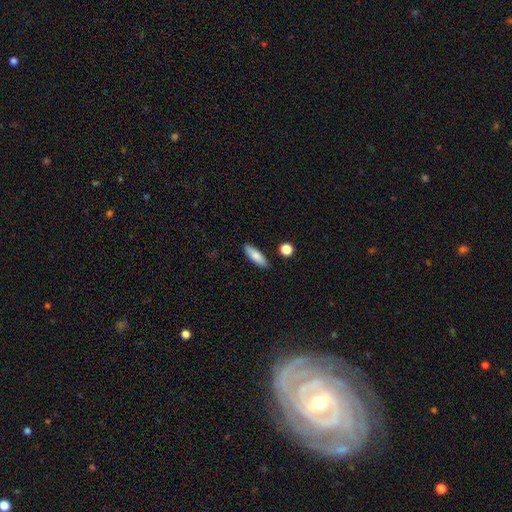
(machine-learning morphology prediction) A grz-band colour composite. It shows a smooth galaxy with no disk features (81%) that is in between round and cigar-shaped (50%). Merging: none (87%).